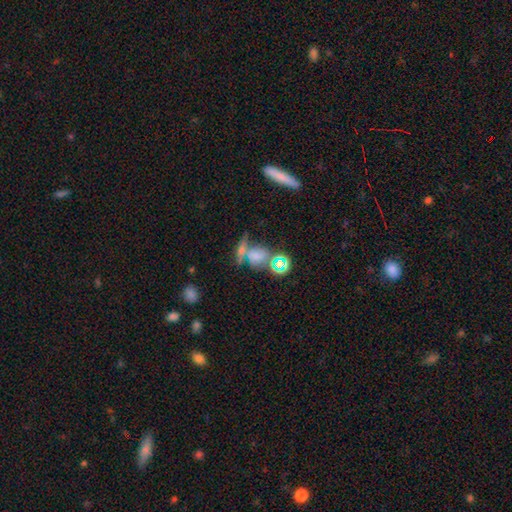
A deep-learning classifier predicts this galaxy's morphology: A smooth galaxy with no disk features (53%) that is in between round and cigar-shaped (59%).

Vote fractions:
- Smooth or featured? smooth: 53% / star or artifact: 26% / featured or disk: 21%
- How rounded? in between: 59% / round: 31% / cigar-shaped: 10%
- Merging? merger: 44% / none: 33% / minor disturbance: 12% / major disturbance: 10%